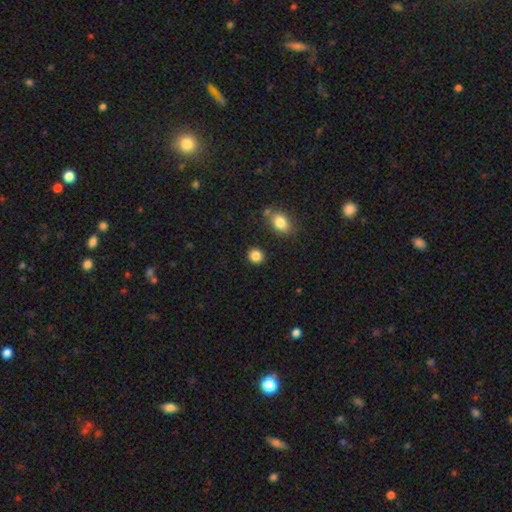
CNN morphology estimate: smooth_or_featured: smooth (p=0.86) [alt: star or artifact p=0.10]
how_rounded: round (p=0.85) [alt: in between p=0.13]
merging: none (p=0.88) [alt: minor disturbance p=0.07]